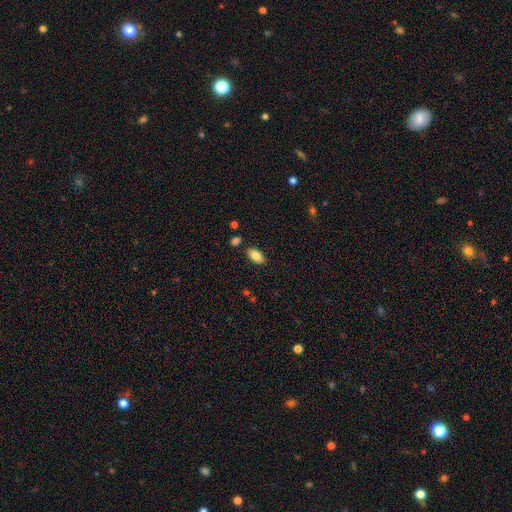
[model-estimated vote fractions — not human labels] smooth 82%, featured or disk 11%, star or artifact 7%. Down the decision tree: how rounded — in between (93%); merging — none (84%).